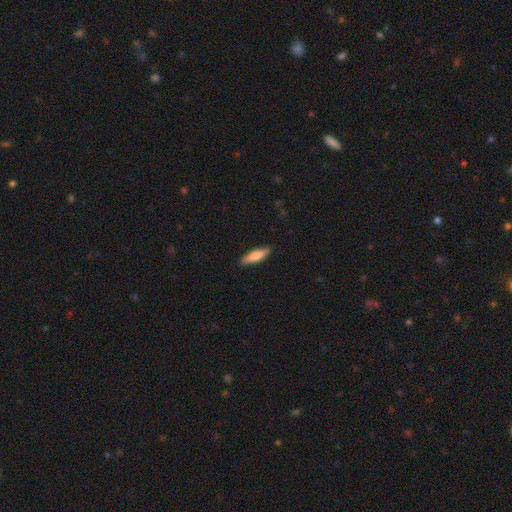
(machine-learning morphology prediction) The model was most divided on "how rounded": cigar-shaped: 62%, in between: 36%, round: 2%. More confident: merging — none (87%); smooth or featured — smooth (74%).